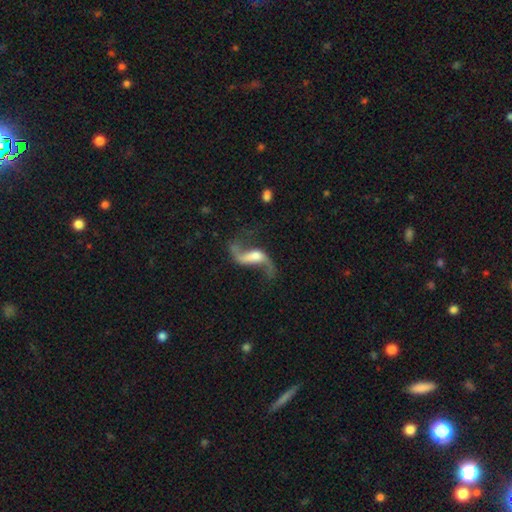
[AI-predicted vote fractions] A featured or disk galaxy (84%) with a weak bar (42%), 2 (91%) loose (80%) spiral arms (95%) and a moderate central bulge (46%). Merging: none (67%).